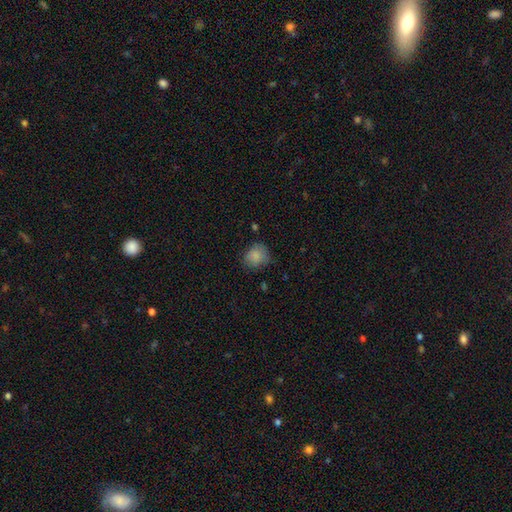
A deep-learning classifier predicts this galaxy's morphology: type=smooth (83%); roundness=round (65%); merging=none (66%).